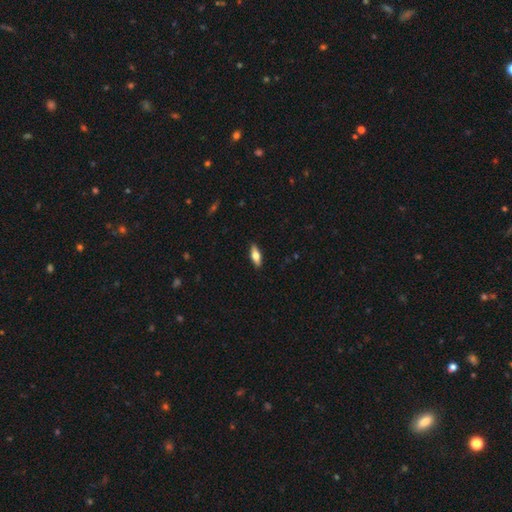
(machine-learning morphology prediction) Smooth or featured: smooth — 62% (featured or disk — 32%)
How rounded: in between — 67% (cigar-shaped — 31%)
Merging: none — 89% (minor disturbance — 8%)